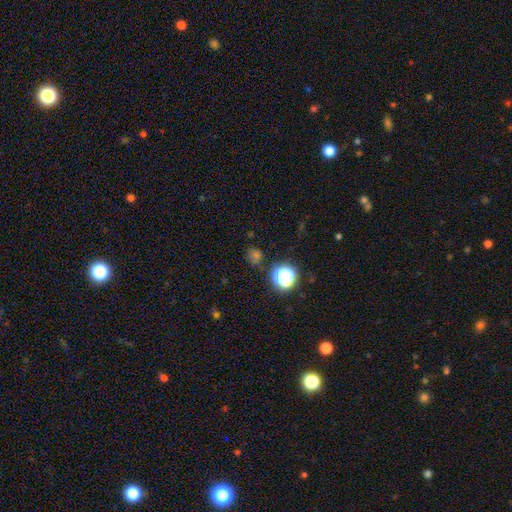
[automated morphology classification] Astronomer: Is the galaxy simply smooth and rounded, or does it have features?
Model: star or artifact — 48% (runner-up: smooth, 45%).